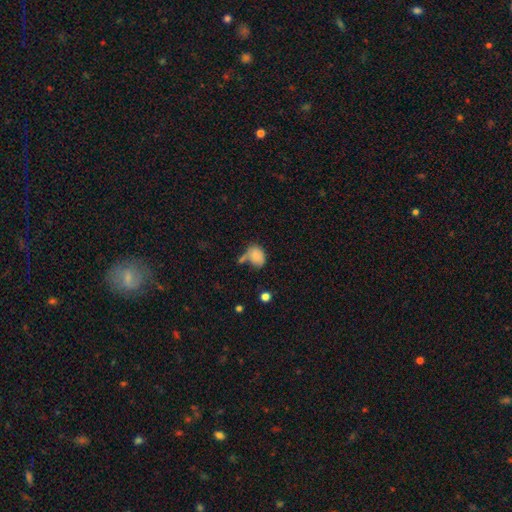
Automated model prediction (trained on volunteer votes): Smooth or featured? smooth (80%)
How rounded? in between (71%)
Merging? none (41%)